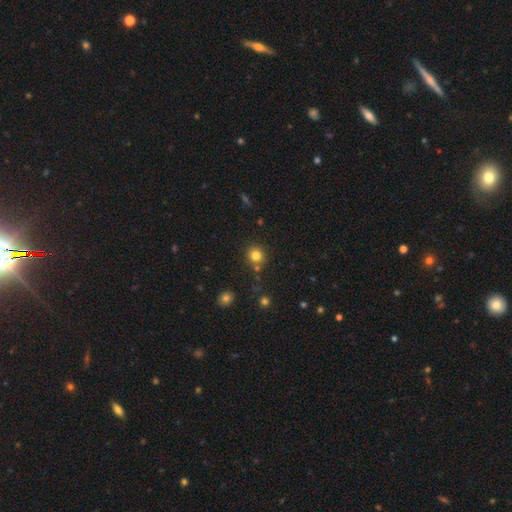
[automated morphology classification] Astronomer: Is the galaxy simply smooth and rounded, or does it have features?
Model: smooth — 81%.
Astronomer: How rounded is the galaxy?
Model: round — 90%.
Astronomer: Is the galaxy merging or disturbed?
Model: none — 82%.